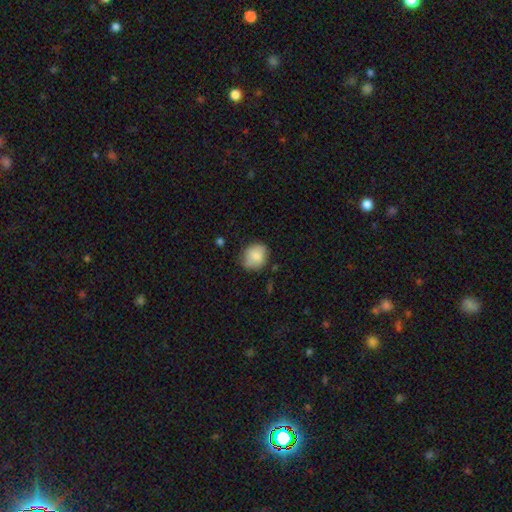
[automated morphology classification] smooth 81%, featured or disk 12%, star or artifact 7%. Down the decision tree: how rounded — round (69%); merging — none (71%).